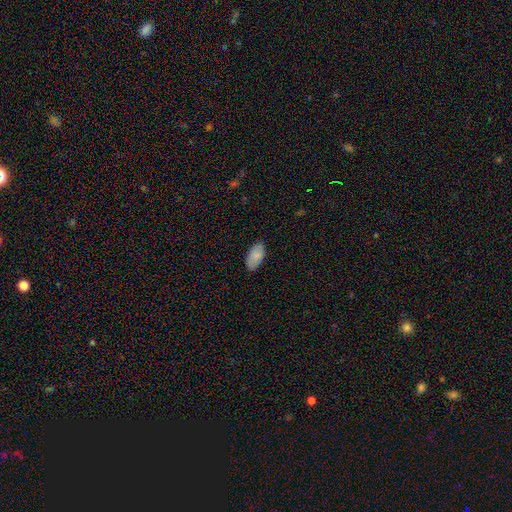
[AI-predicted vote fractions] smooth_or_featured: smooth (p=0.86) [alt: featured or disk p=0.08]
how_rounded: in between (p=0.95) [alt: cigar-shaped p=0.03]
merging: none (p=0.84) [alt: minor disturbance p=0.13]